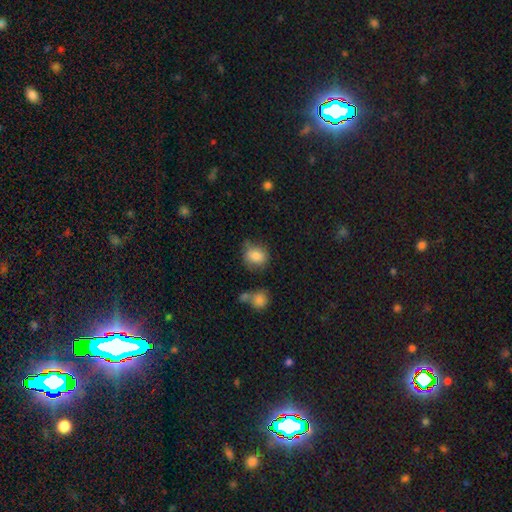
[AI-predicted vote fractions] smooth-or-featured: smooth: 83% | star or artifact: 9% | featured or disk: 8%
  how-rounded: round: 67% | in between: 32% | cigar-shaped: 1%
  merging: none: 63% | minor disturbance: 23% | merger: 7% | major disturbance: 7%